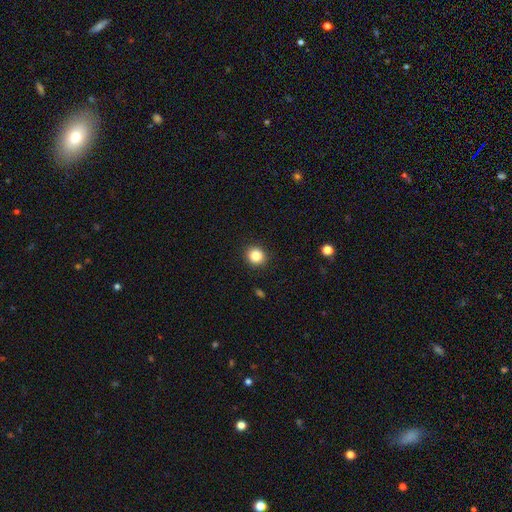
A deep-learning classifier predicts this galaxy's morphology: Smooth or featured? Predicted: smooth (p=0.86). How rounded? Predicted: round (p=0.88). Merging? Predicted: none (p=0.91).